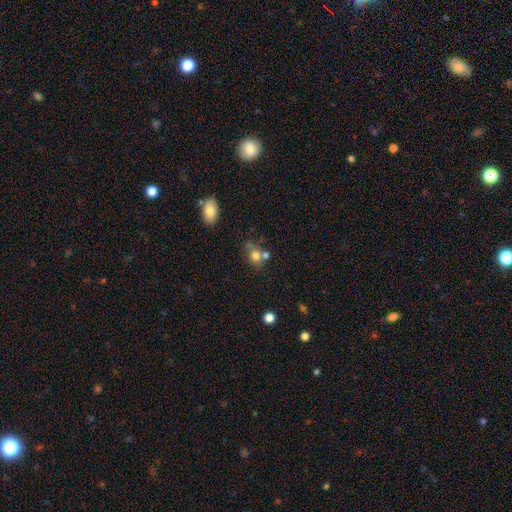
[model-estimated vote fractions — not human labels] The model was most divided on "merging": none: 50%, merger: 31%, minor disturbance: 14%, major disturbance: 5%. More confident: smooth or featured — smooth (74%); how rounded — round (63%).